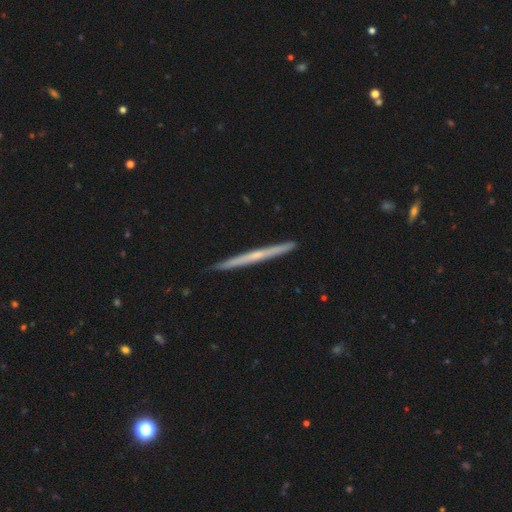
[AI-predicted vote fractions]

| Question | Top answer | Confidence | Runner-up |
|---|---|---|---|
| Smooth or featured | featured or disk | 64% | smooth (31%) |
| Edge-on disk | yes | 98% | no (2%) |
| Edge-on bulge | none | 62% | rounded (34%) |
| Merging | none | 92% | minor disturbance (5%) |